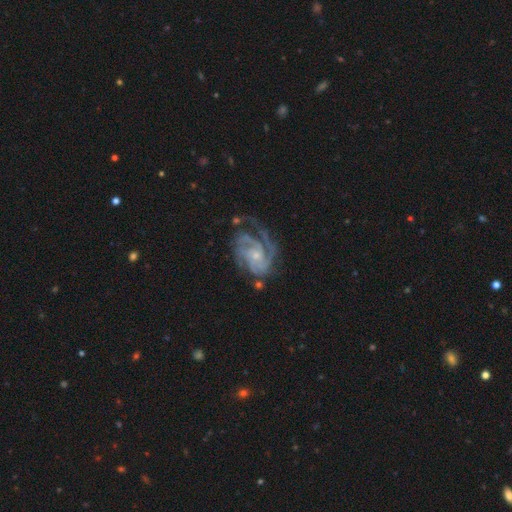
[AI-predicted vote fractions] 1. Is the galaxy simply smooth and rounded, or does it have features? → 91% featured or disk, 5% star or artifact, 5% smooth.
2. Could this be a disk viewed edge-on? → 98% no, 2% yes.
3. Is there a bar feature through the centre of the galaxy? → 68% no, 25% weak, 7% strong.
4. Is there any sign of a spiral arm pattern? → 98% yes, 2% no.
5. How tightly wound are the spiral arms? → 59% tight, 35% medium, 7% loose.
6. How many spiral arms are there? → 36% 3, 23% 2, 15% can't tell, 14% 4, 6% 1, 6% more than 4.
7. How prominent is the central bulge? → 72% small, 22% moderate, 4% none, 1% large, 1% dominant.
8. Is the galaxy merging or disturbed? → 53% none, 22% minor disturbance, 21% major disturbance, 4% merger.